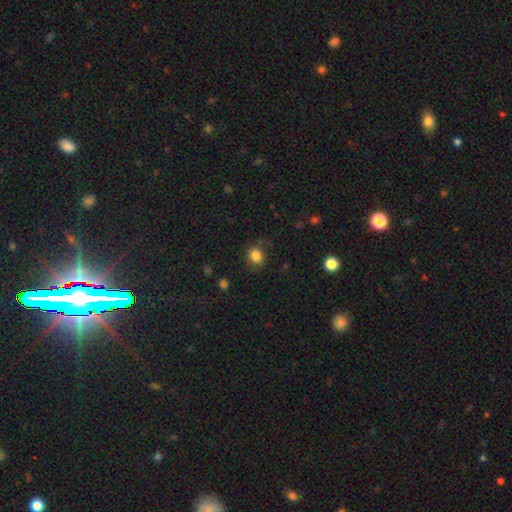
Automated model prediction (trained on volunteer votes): Overall: smooth (84%). How rounded: round (62%; in between 37%). Merging: none (76%).